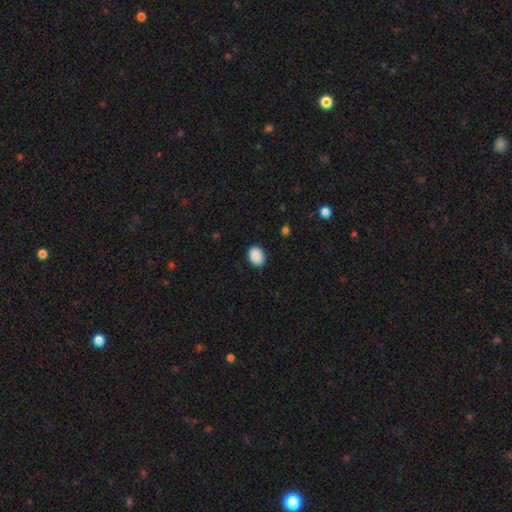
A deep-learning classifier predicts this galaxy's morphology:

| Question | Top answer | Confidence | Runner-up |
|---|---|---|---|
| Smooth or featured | smooth | 90% | star or artifact (7%) |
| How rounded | in between | 62% | round (37%) |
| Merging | none | 88% | minor disturbance (9%) |